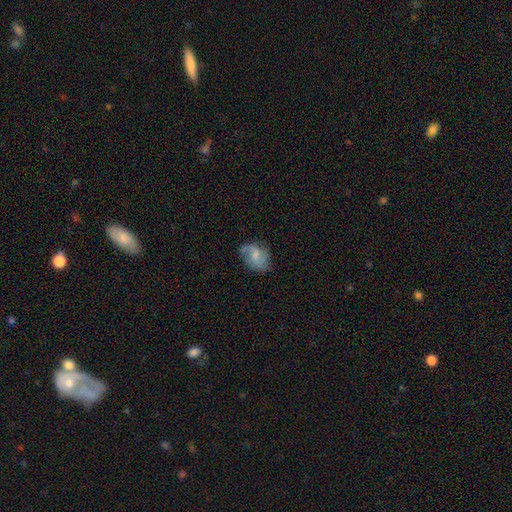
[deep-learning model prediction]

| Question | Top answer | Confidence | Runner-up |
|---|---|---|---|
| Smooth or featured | smooth | 53% | featured or disk (39%) |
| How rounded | in between | 73% | round (25%) |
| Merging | none | 59% | minor disturbance (28%) |